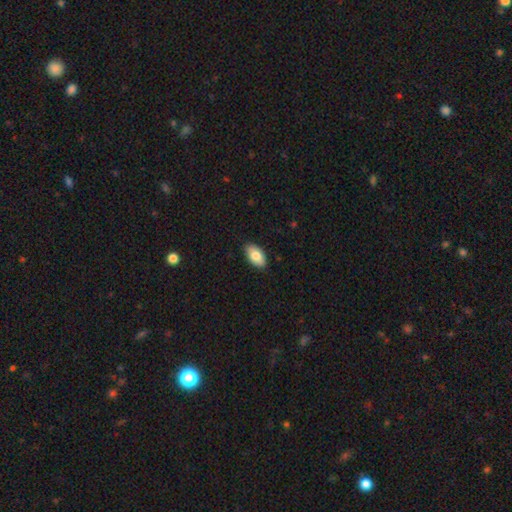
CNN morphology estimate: Q: Smooth or featured?
A: smooth (83%); runner-up: featured or disk (11%)
Q: How rounded?
A: in between (95%); runner-up: round (3%)
Q: Merging?
A: none (89%); runner-up: minor disturbance (8%)